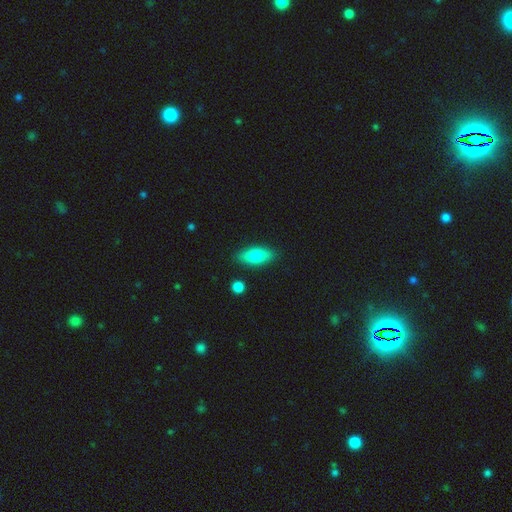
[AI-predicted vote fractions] Smooth or featured? smooth (77%)
How rounded? in between (78%)
Merging? none (86%)